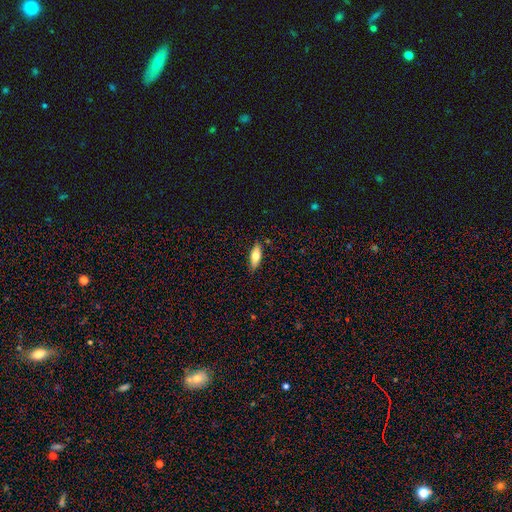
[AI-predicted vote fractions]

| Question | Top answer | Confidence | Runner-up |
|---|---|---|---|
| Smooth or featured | smooth | 66% | featured or disk (28%) |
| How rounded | in between | 66% | cigar-shaped (32%) |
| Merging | none | 86% | minor disturbance (10%) |